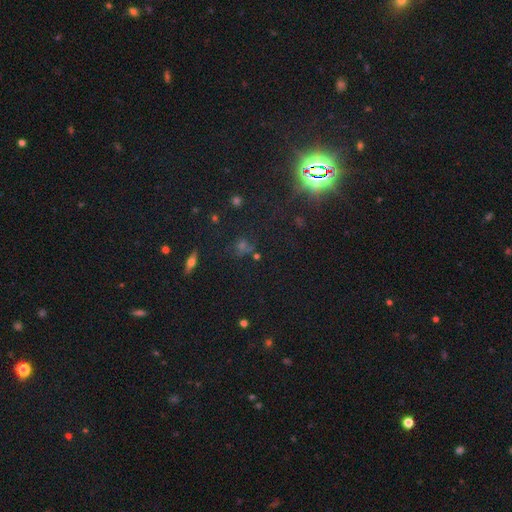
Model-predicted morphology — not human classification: A star or artifact, not a galaxy (58%).